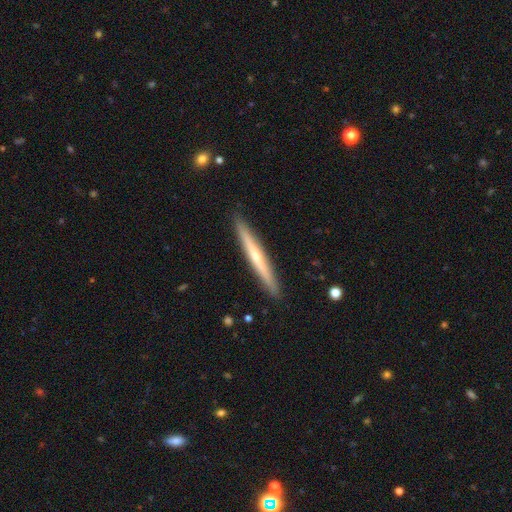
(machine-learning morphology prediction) A featured or disk galaxy (54%) viewed edge-on (96%) with no central bulge (49%). Merging: none (92%).